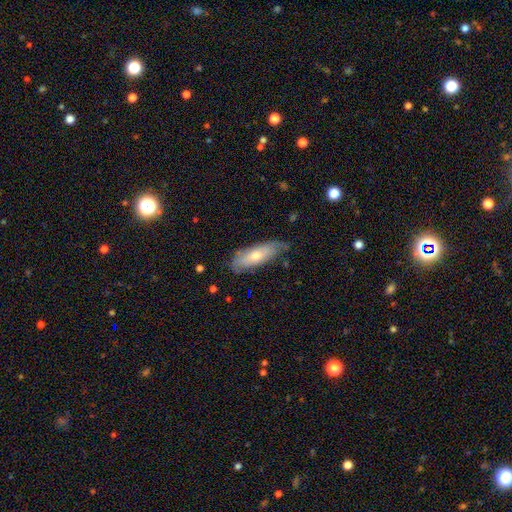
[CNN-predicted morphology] Overall: smooth (59%; featured or disk 35%). How rounded: in between (59%; cigar-shaped 39%). Merging: none (68%).